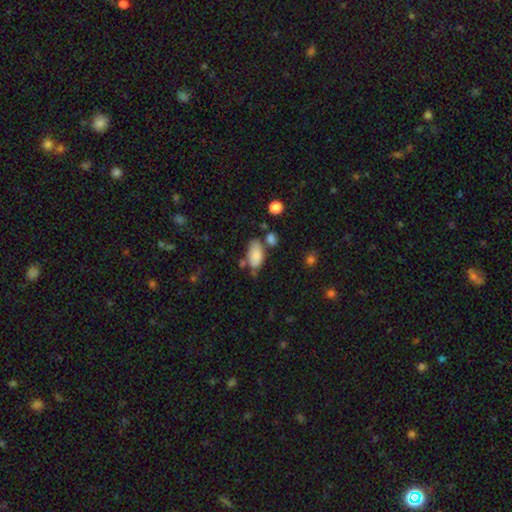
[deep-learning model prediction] Smooth or featured?
  - smooth: 83% *
  - featured or disk: 10%
  - star or artifact: 8%
How rounded?
  - in between: 93% *
  - round: 3%
  - cigar-shaped: 3%
Merging?
  - none: 54% *
  - minor disturbance: 23%
  - merger: 15%
  - major disturbance: 7%